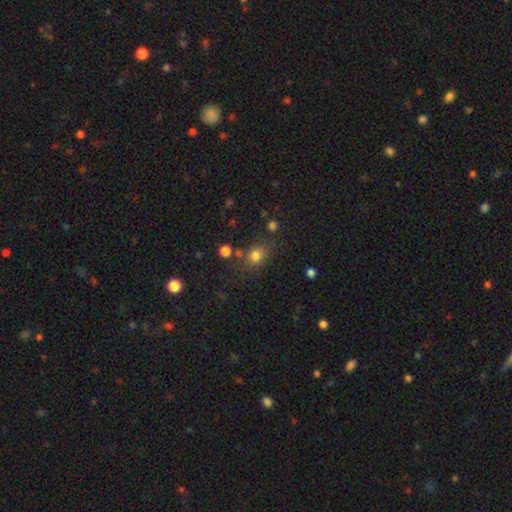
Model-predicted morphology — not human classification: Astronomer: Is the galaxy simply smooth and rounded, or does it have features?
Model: smooth — 78%.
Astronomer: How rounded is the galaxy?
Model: round — 64%.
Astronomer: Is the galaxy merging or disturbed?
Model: none — 72%.